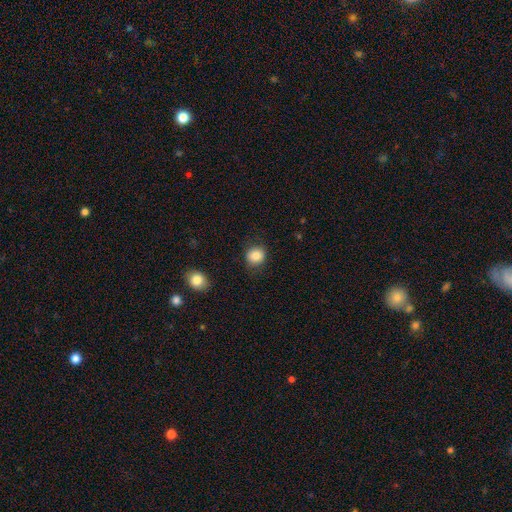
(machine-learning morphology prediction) Smooth or featured: smooth — 84% (star or artifact — 10%)
How rounded: round — 83% (in between — 16%)
Merging: none — 84% (minor disturbance — 11%)